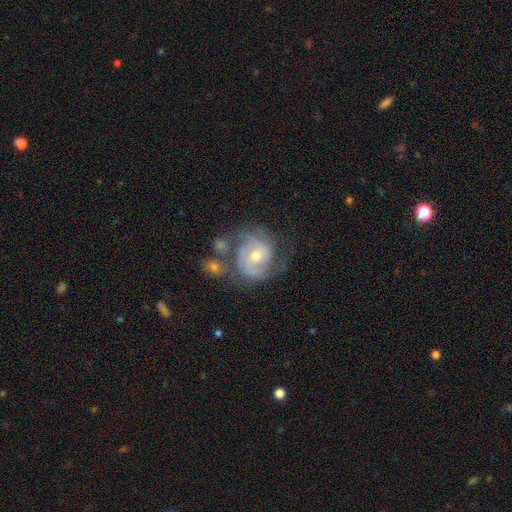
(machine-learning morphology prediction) type=featured or disk (83%); edge-on=no (98%); bar=no (59%); spiral arms=yes (93%); winding=tight (53%); arm count=2 (44%); bulge=moderate (56%); merging=none (51%).